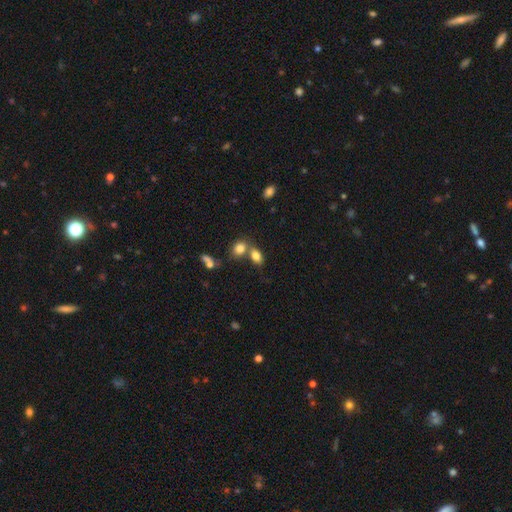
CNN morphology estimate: Smooth or featured: smooth — 81% (star or artifact — 10%)
How rounded: in between — 81% (round — 17%)
Merging: none — 44% (merger — 41%)